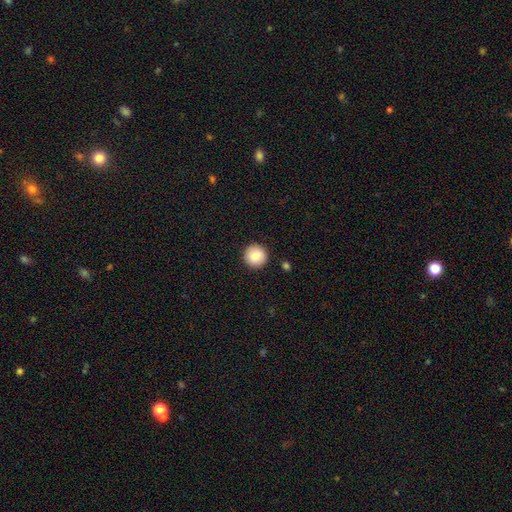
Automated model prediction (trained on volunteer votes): This is clearly a smooth galaxy (84%). How rounded: clearly round (96%). Merging: clearly none (92%).